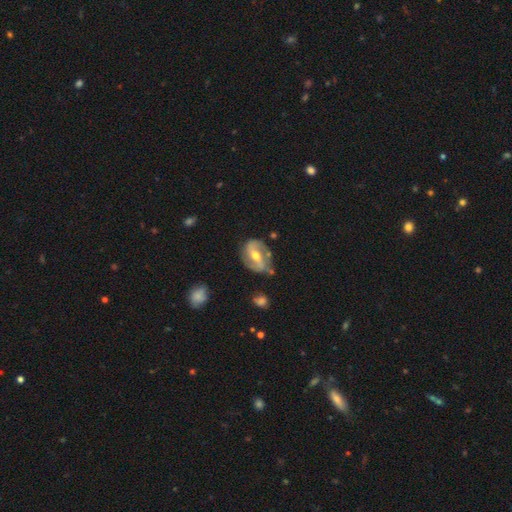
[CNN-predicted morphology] This appears to be a featured or disk galaxy (82%) with a strong bar (50%), 2 (89%) medium (40%) spiral arms (90%) and a moderate central bulge (61%). Merging: none (72%).